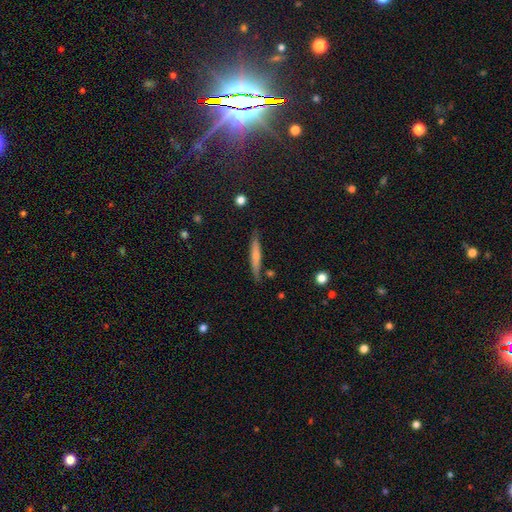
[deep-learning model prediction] Morphology: type=smooth (60%); roundness=cigar-shaped (93%); merging=none (80%).